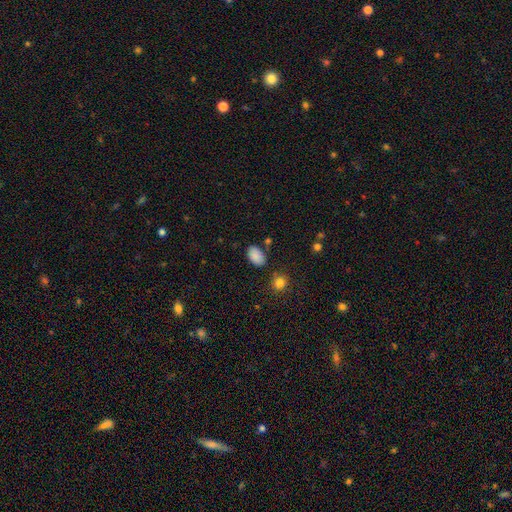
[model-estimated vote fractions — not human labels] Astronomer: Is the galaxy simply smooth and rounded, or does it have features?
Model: smooth — 87%.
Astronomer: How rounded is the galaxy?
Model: in between — 90%.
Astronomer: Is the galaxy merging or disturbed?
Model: none — 78%.